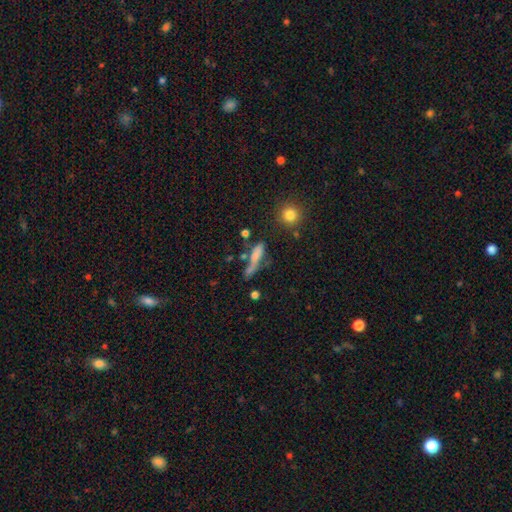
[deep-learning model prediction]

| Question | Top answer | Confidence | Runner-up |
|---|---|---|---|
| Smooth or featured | smooth | 62% | featured or disk (26%) |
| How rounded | cigar-shaped | 71% | in between (24%) |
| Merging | none | 40% | minor disturbance (21%) |